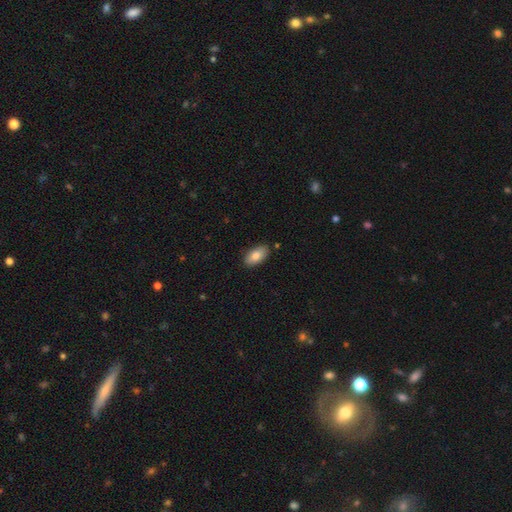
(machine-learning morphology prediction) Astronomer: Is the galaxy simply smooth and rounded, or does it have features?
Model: smooth — 82%.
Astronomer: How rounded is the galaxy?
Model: in between — 93%.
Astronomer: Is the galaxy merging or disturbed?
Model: none — 86%.